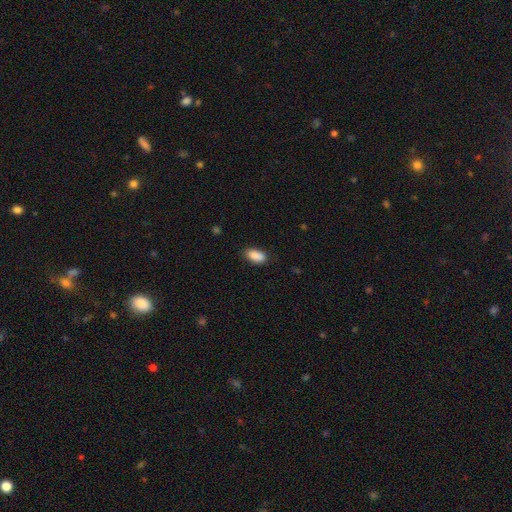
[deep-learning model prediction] This is clearly a smooth galaxy (89%). How rounded: clearly in between (91%). Merging: clearly none (82%).